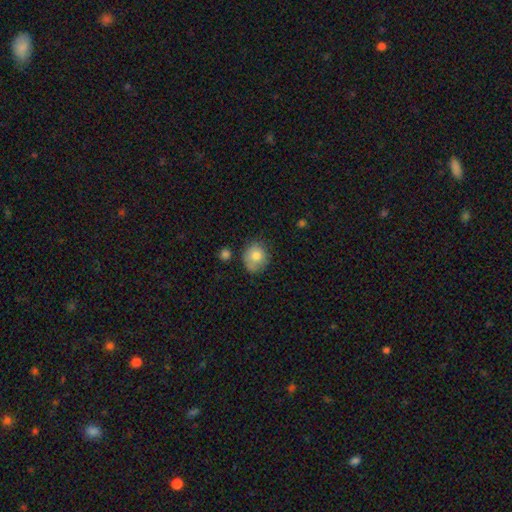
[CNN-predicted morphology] type=smooth (77%); roundness=round (70%); merging=none (60%).